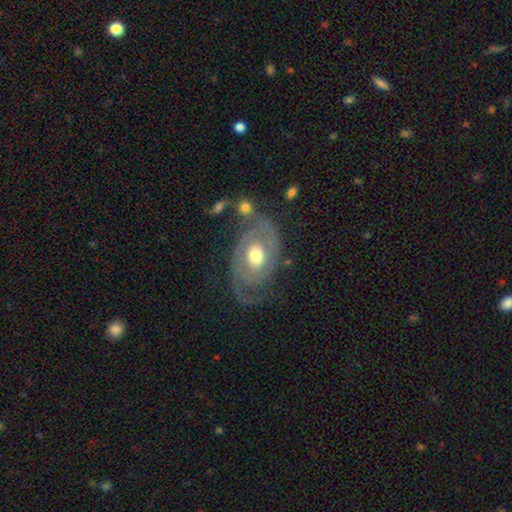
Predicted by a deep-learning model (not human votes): Smooth or featured?
  - featured or disk: 76% *
  - smooth: 19%
  - star or artifact: 5%
Edge-on disk?
  - no: 95% *
  - yes: 5%
Bar?
  - no: 80% *
  - weak: 15%
  - strong: 5%
Spiral arms?
  - yes: 70% *
  - no: 30%
Spiral winding?
  - tight: 46% *
  - medium: 33%
  - loose: 21%
Spiral arm count?
  - 2: 57% *
  - can't tell: 21%
  - 1: 12%
  - 3: 5%
  - 4: 3%
  - more than 4: 3%
Bulge size?
  - moderate: 68% *
  - large: 17%
  - small: 11%
  - dominant: 2%
  - none: 1%
Merging?
  - none: 57% *
  - minor disturbance: 19%
  - major disturbance: 18%
  - merger: 6%